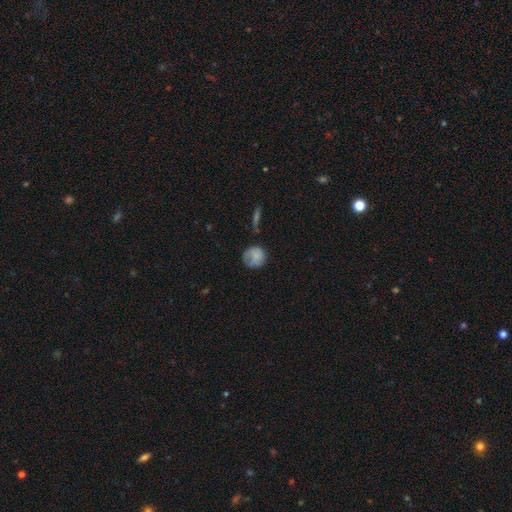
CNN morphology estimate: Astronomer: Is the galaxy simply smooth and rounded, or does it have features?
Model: smooth — 67%.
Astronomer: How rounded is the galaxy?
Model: round — 83%.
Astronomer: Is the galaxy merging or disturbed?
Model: none — 55%.